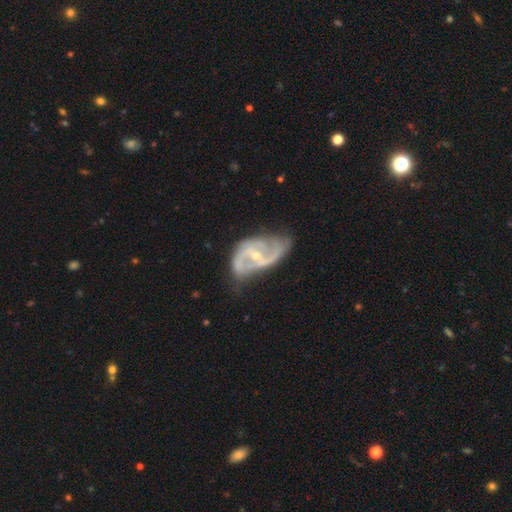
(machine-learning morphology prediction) Smooth or featured? Predicted: featured or disk (p=0.87). Edge-on disk? Predicted: no (p=0.97). Bar? Predicted: weak (p=0.43). Spiral arms? Predicted: yes (p=0.94). Spiral winding? Predicted: medium (p=0.48). Spiral arm count? Predicted: 2 (p=0.83). Bulge size? Predicted: small (p=0.64). Merging? Predicted: none (p=0.52).